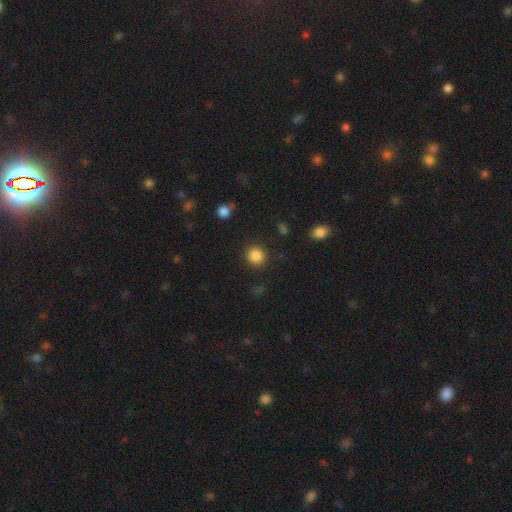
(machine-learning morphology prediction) This appears to be a smooth galaxy with no disk features (86%) that is round (91%). Merging: none (89%).